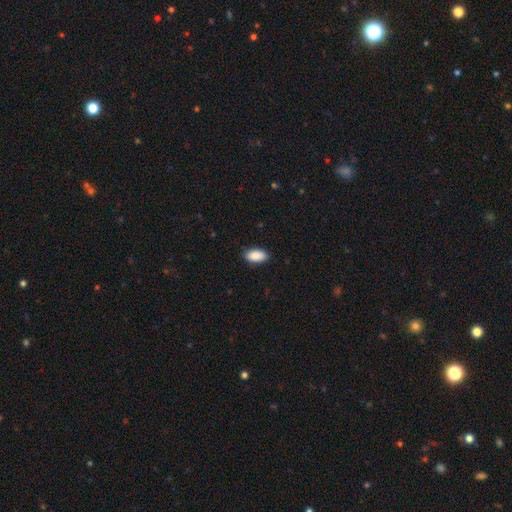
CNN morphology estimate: Overall: smooth (90%). How rounded: in between (94%). Merging: none (87%).